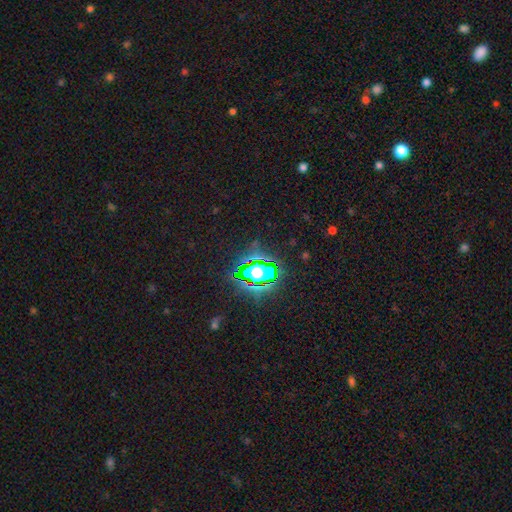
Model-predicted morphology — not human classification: This appears to be a star or artifact, not a galaxy (78%).